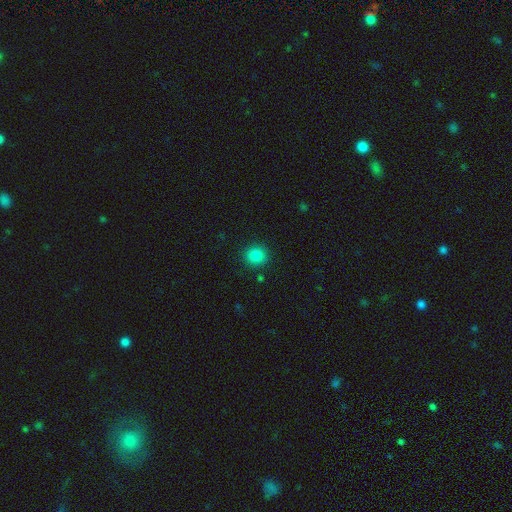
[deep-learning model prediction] Smooth or featured? smooth (84%)
How rounded? round (89%)
Merging? none (90%)